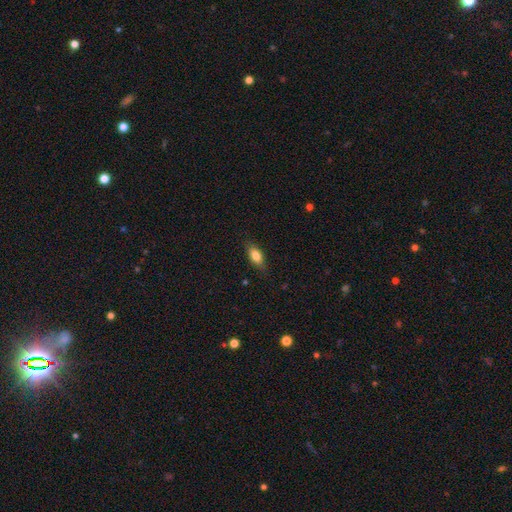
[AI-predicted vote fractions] Q: Smooth or featured?
A: smooth (81%); runner-up: featured or disk (12%)
Q: How rounded?
A: in between (83%); runner-up: cigar-shaped (13%)
Q: Merging?
A: none (81%); runner-up: minor disturbance (15%)